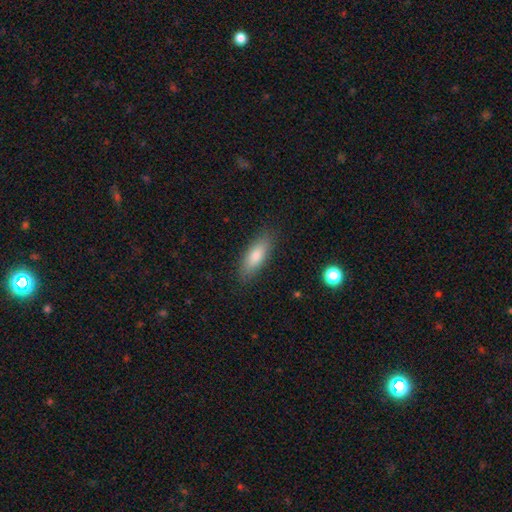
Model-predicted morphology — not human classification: smooth-or-featured: smooth: 80% | featured or disk: 13% | star or artifact: 7%
  how-rounded: in between: 62% | cigar-shaped: 36% | round: 2%
  merging: none: 86% | minor disturbance: 10% | major disturbance: 2% | merger: 1%